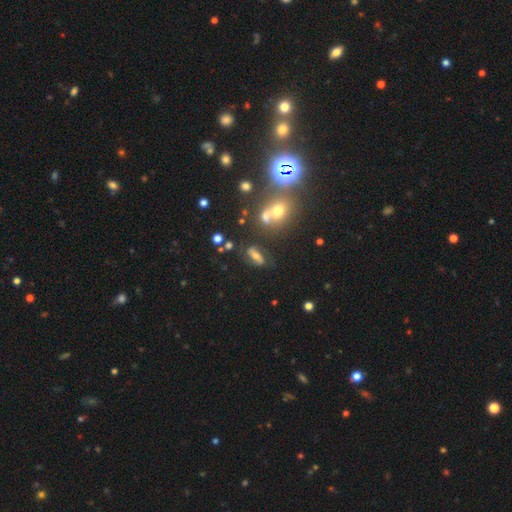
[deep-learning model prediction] smooth-or-featured: smooth: 45% | featured or disk: 35% | star or artifact: 20%
  merging: none: 68% | minor disturbance: 16% | merger: 9% | major disturbance: 7%